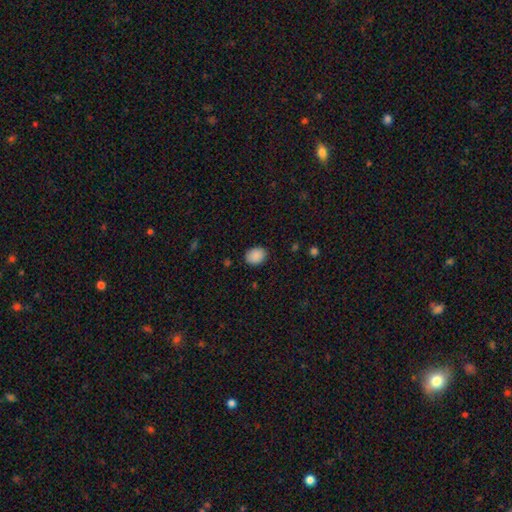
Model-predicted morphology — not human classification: smooth_or_featured: smooth (p=0.89) [alt: star or artifact p=0.08]
how_rounded: in between (p=0.59) [alt: round p=0.40]
merging: none (p=0.87) [alt: minor disturbance p=0.10]